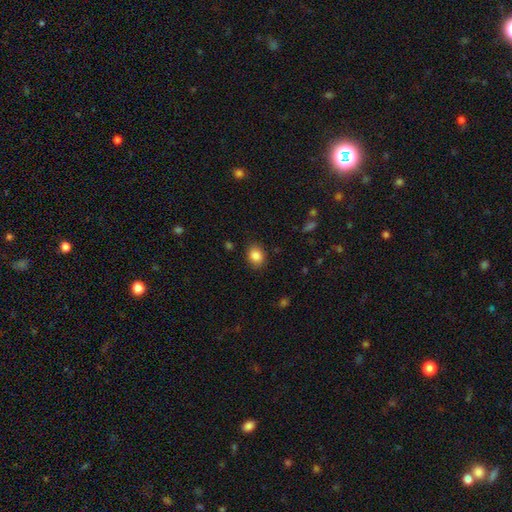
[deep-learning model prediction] This appears to be a smooth galaxy with no disk features (86%) that is round (56%). Merging: none (84%).